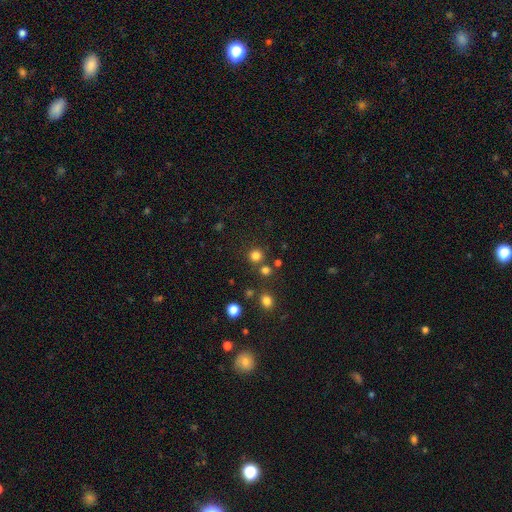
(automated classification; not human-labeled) smooth-or-featured: smooth: 78% | star or artifact: 17% | featured or disk: 5%
  how-rounded: round: 92% | in between: 7% | cigar-shaped: 1%
  merging: none: 80% | merger: 10% | minor disturbance: 7% | major disturbance: 3%